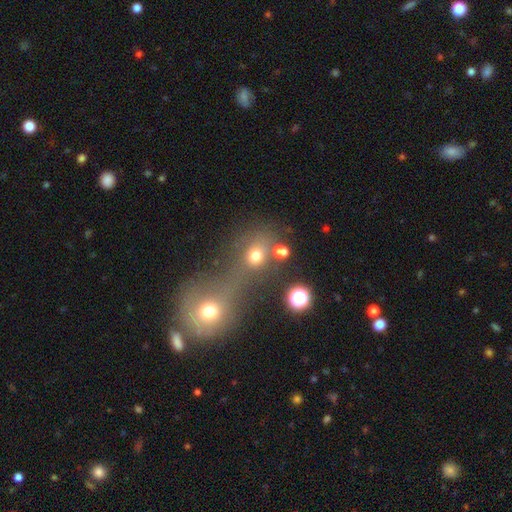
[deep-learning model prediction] The model was most divided on "merging": none: 41%, merger: 40%, minor disturbance: 10%, major disturbance: 9%. More confident: how rounded — round (69%); smooth or featured — smooth (67%).